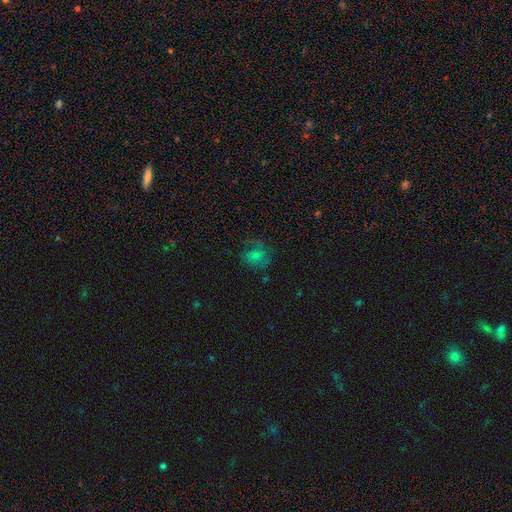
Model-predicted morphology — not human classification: A featured or disk galaxy (45%).

Vote fractions:
- Smooth or featured? featured or disk: 45% / smooth: 35% / star or artifact: 19%
- Merging? none: 58% / minor disturbance: 20% / major disturbance: 20% / merger: 2%